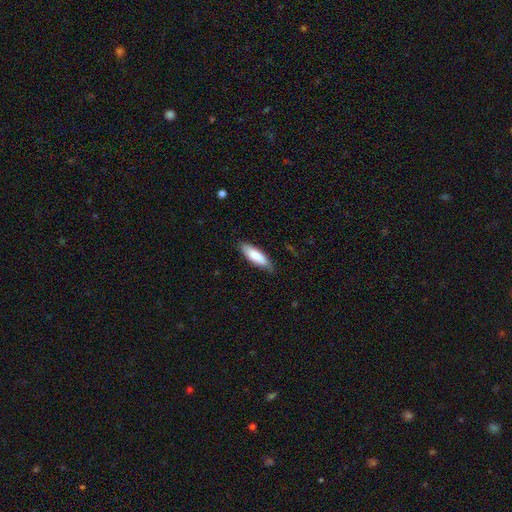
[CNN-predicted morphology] smooth-or-featured: smooth: 83% | featured or disk: 12% | star or artifact: 5%
  how-rounded: in between: 56% | cigar-shaped: 43% | round: 1%
  merging: none: 77% | minor disturbance: 19% | major disturbance: 3% | merger: 1%